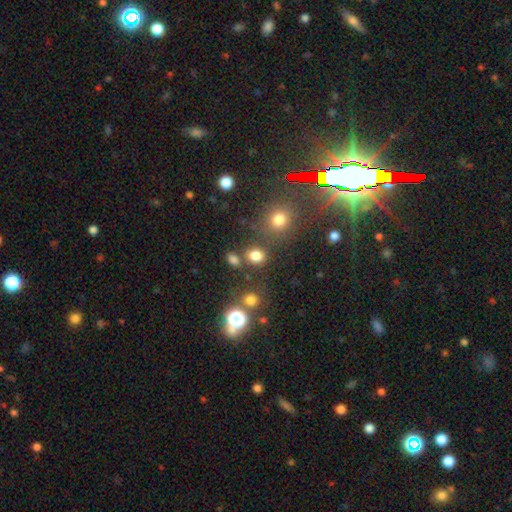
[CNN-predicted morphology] This is likely a smooth galaxy (76%). How rounded: likely round (60%). Merging: likely none (72%).